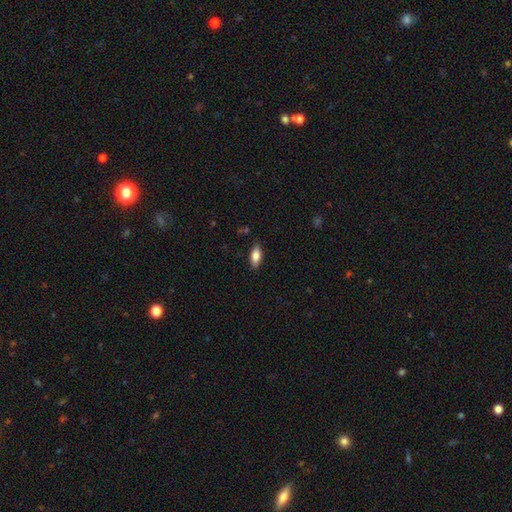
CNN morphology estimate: Smooth or featured? Predicted: smooth (p=0.82). How rounded? Predicted: in between (p=0.85). Merging? Predicted: none (p=0.86).